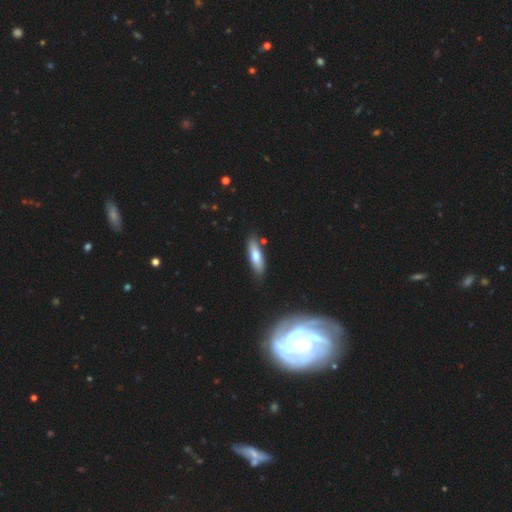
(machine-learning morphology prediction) Smooth or featured?
  - smooth: 68% *
  - featured or disk: 26%
  - star or artifact: 6%
How rounded?
  - cigar-shaped: 57% *
  - in between: 42%
  - round: 2%
Merging?
  - none: 81% *
  - minor disturbance: 12%
  - merger: 4%
  - major disturbance: 2%